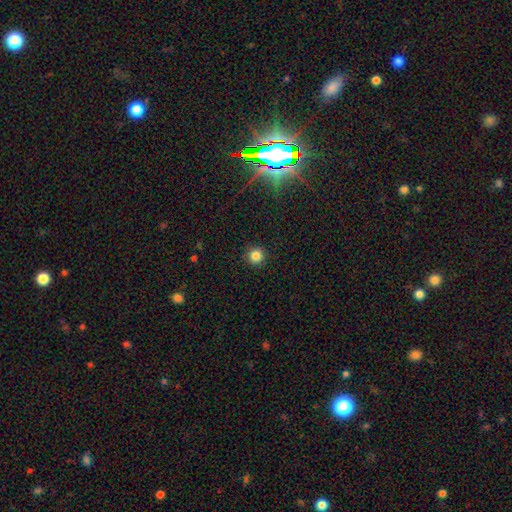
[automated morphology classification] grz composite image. It shows a smooth galaxy with no disk features (83%) that is round (96%). Merging: none (92%).